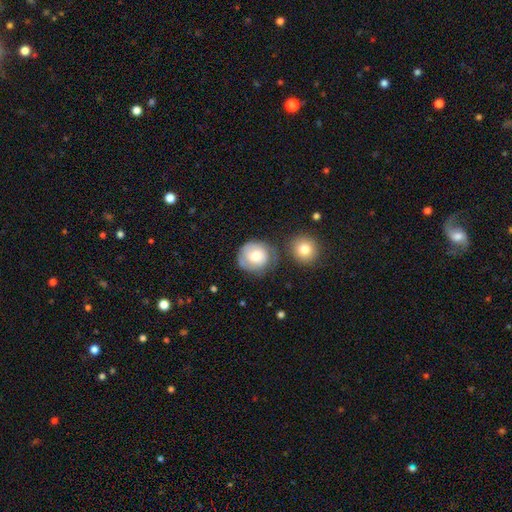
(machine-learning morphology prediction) Smooth or featured? Predicted: smooth (p=0.63). How rounded? Predicted: round (p=0.88). Merging? Predicted: none (p=0.58).